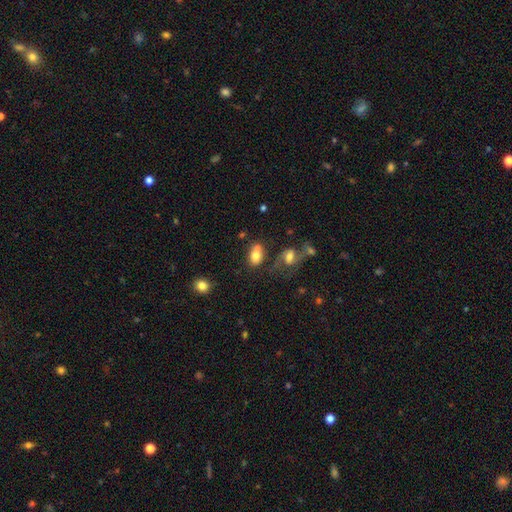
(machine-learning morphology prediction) Smooth or featured?
  - smooth: 76% *
  - featured or disk: 15%
  - star or artifact: 9%
How rounded?
  - in between: 81% *
  - round: 17%
  - cigar-shaped: 2%
Merging?
  - none: 48% *
  - merger: 24%
  - minor disturbance: 19%
  - major disturbance: 8%